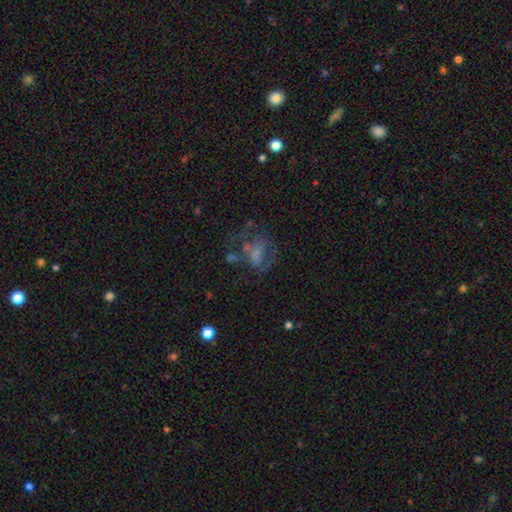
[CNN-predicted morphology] Smooth or featured: featured or disk — 47% (smooth — 36%)
Merging: major disturbance — 39% (none — 32%)